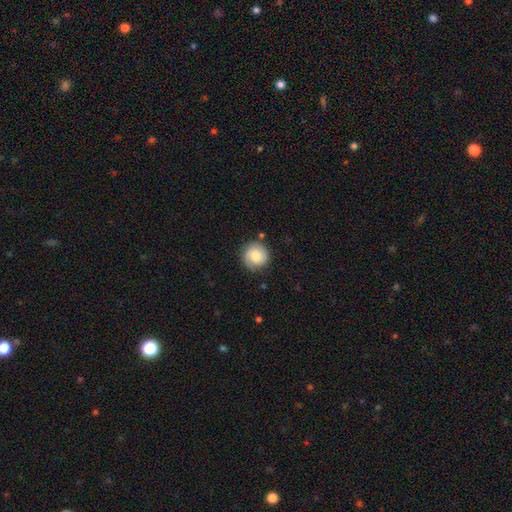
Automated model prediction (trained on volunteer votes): Morphology: type=smooth (59%); roundness=round (93%); merging=none (81%).